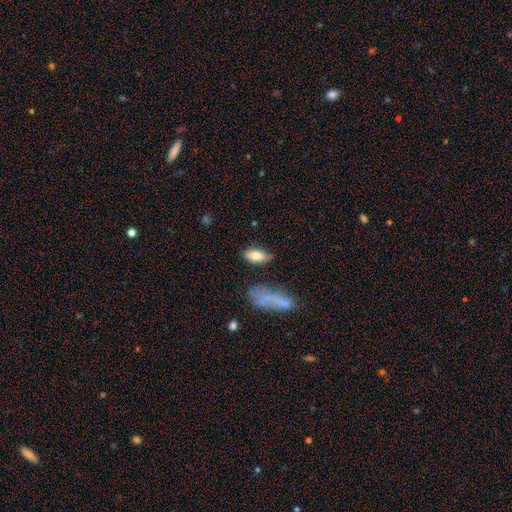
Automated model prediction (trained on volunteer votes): Morphology: type=smooth (76%); roundness=in between (86%); merging=none (76%).